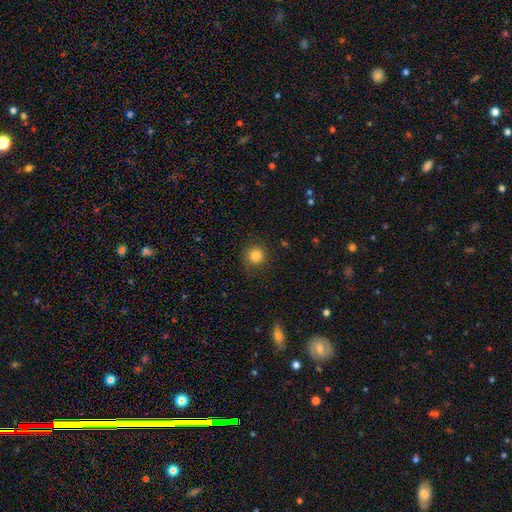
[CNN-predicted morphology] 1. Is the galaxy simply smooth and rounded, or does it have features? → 84% smooth, 11% star or artifact, 5% featured or disk.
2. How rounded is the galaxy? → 94% round, 5% in between, 1% cigar-shaped.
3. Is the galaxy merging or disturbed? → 88% none, 8% minor disturbance, 3% major disturbance, 1% merger.